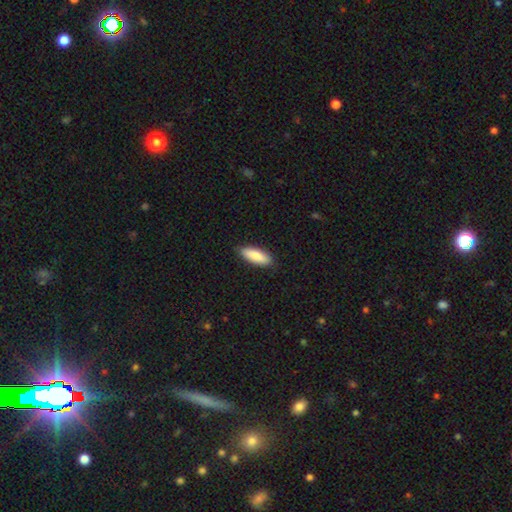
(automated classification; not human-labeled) Smooth or featured? smooth (85%)
How rounded? in between (58%)
Merging? none (88%)